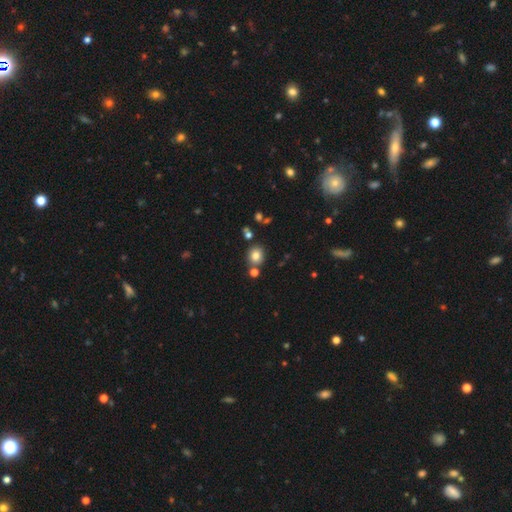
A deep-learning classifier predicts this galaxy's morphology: Overall: smooth (80%). How rounded: round (76%). Merging: none (77%).